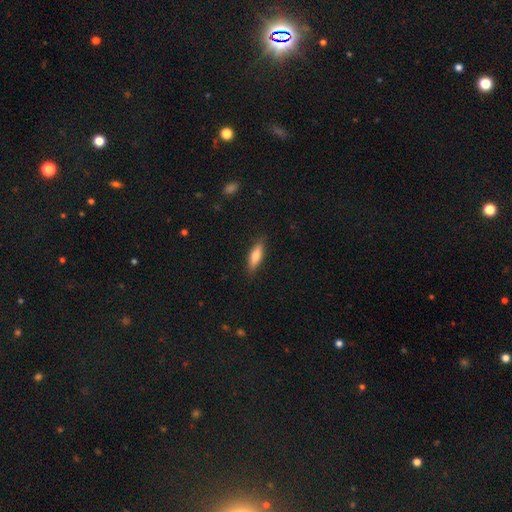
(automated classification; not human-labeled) This is likely a smooth galaxy (72%). How rounded: possibly cigar-shaped (51%). Merging: clearly none (85%).